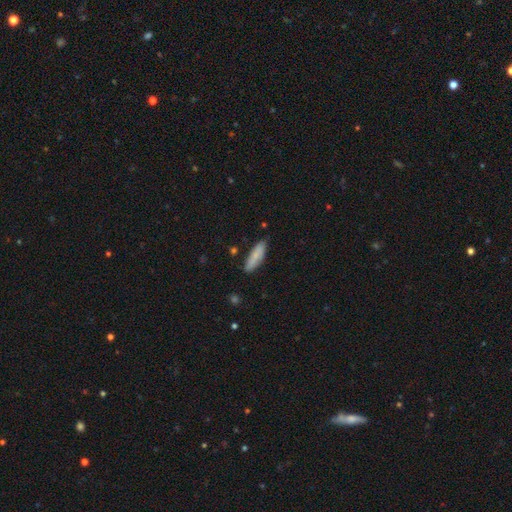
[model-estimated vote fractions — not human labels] smooth 76%, featured or disk 18%, star or artifact 6%. Down the decision tree: how rounded — cigar-shaped (53%); merging — none (77%).